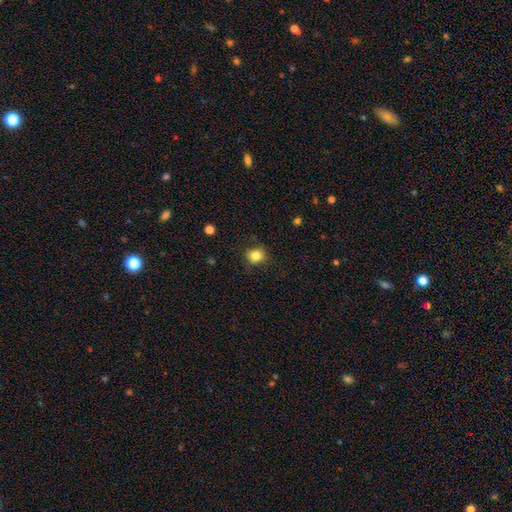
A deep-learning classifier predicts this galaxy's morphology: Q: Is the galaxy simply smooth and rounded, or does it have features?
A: smooth — 84%.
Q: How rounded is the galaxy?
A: round — 78%.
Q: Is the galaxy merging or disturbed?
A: none — 83%.